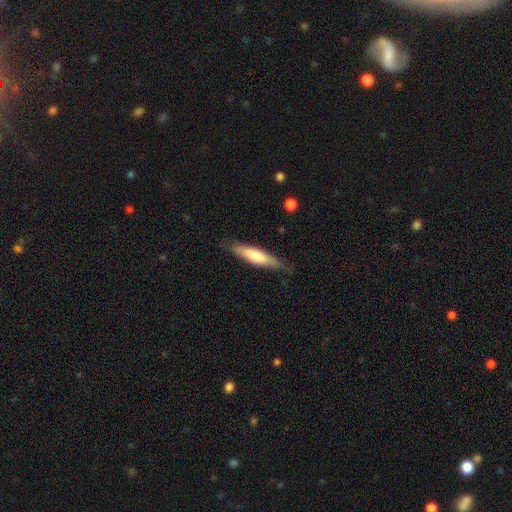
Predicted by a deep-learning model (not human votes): Q: Smooth or featured?
A: smooth (65%); runner-up: featured or disk (30%)
Q: How rounded?
A: cigar-shaped (75%); runner-up: in between (24%)
Q: Merging?
A: none (76%); runner-up: minor disturbance (19%)